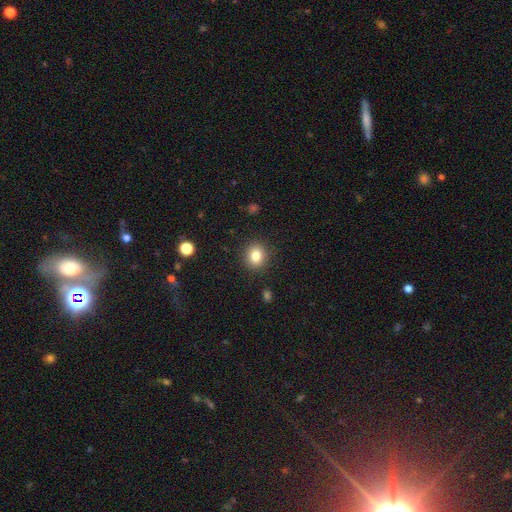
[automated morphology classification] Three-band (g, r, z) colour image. It shows a smooth galaxy with no disk features (82%) that is round (81%). Merging: none (90%).